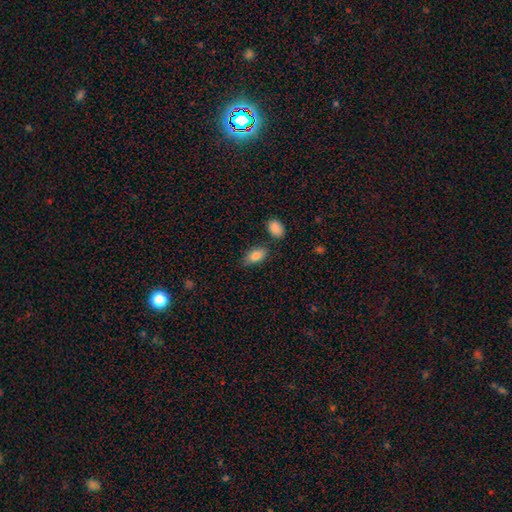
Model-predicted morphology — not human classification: Smooth or featured: smooth — 84% (featured or disk — 8%)
How rounded: in between — 91% (round — 6%)
Merging: none — 74% (minor disturbance — 16%)